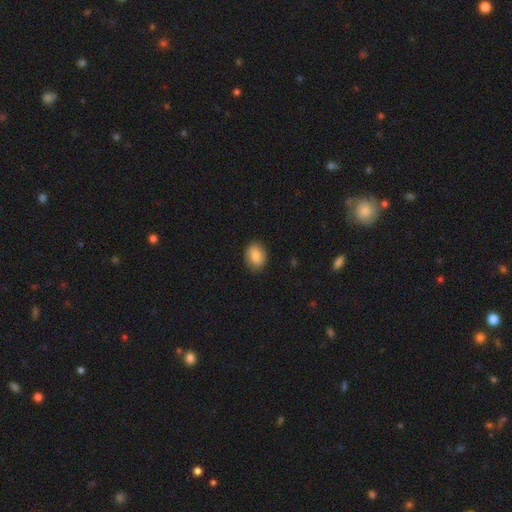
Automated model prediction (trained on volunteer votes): Morphology: type=smooth (81%); roundness=in between (64%); merging=none (83%).